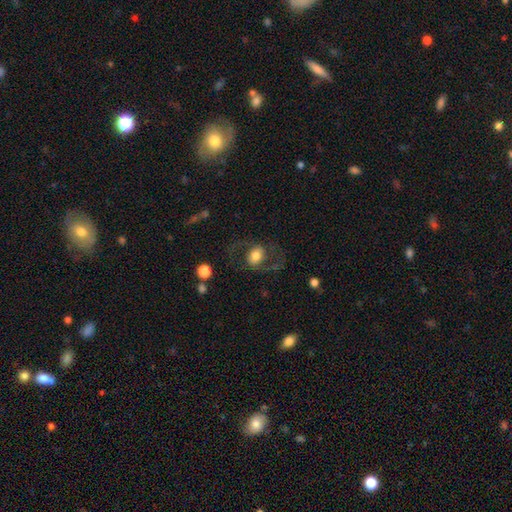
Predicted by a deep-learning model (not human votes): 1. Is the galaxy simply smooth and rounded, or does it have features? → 51% featured or disk, 41% smooth, 8% star or artifact.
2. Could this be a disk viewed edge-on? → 95% no, 5% yes.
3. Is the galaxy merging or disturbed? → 61% none, 21% major disturbance, 16% minor disturbance, 2% merger.